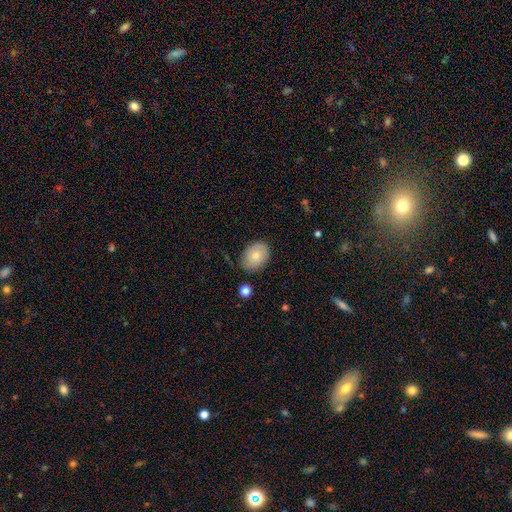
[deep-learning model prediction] This appears to be a smooth galaxy with no disk features (72%) that is in between round and cigar-shaped (71%). Merging: none (78%).